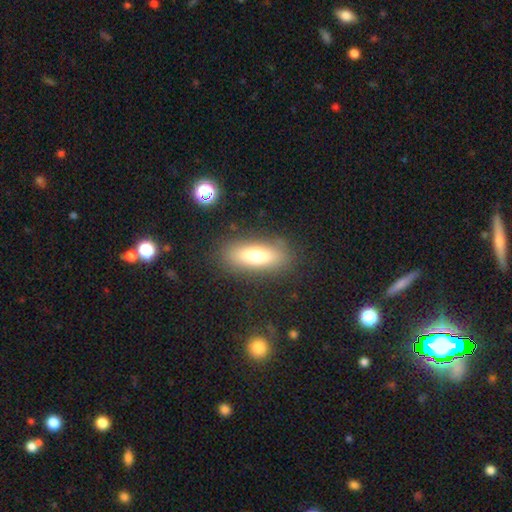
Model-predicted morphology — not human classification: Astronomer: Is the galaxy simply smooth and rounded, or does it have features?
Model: smooth — 71%.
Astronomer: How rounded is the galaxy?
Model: in between — 62%.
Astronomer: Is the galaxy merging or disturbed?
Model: none — 84%.